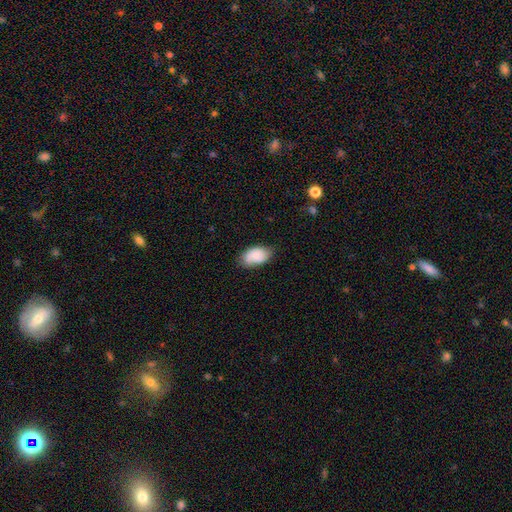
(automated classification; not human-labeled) smooth_or_featured: smooth (p=0.77) [alt: featured or disk p=0.16]
how_rounded: in between (p=0.92) [alt: round p=0.06]
merging: none (p=0.65) [alt: minor disturbance p=0.27]